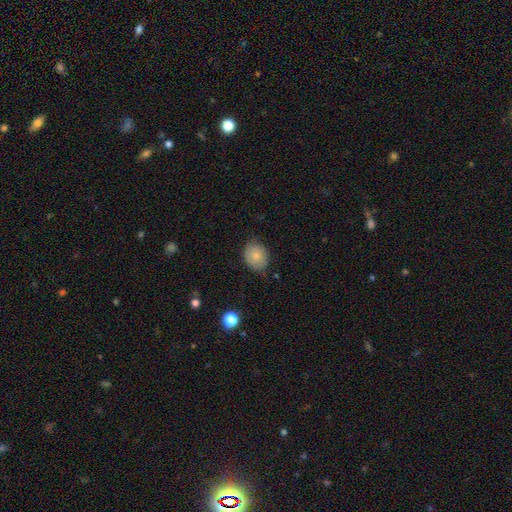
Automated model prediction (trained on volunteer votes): Smooth or featured: smooth — 74% (featured or disk — 19%)
How rounded: round — 58% (in between — 41%)
Merging: none — 69% (minor disturbance — 25%)